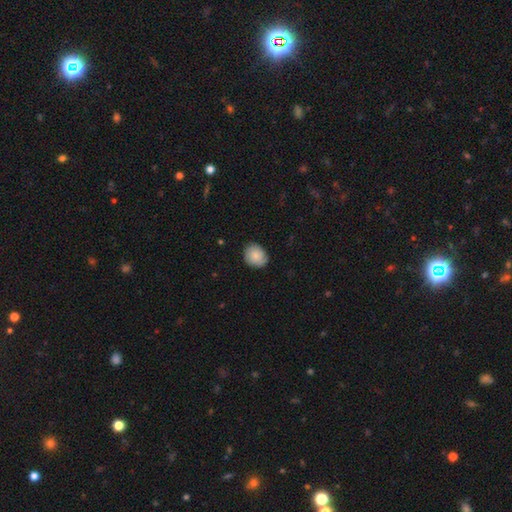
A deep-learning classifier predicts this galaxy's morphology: The model was most divided on "how rounded": round: 62%, in between: 37%, cigar-shaped: 1%. More confident: smooth or featured — smooth (77%); merging — none (73%).